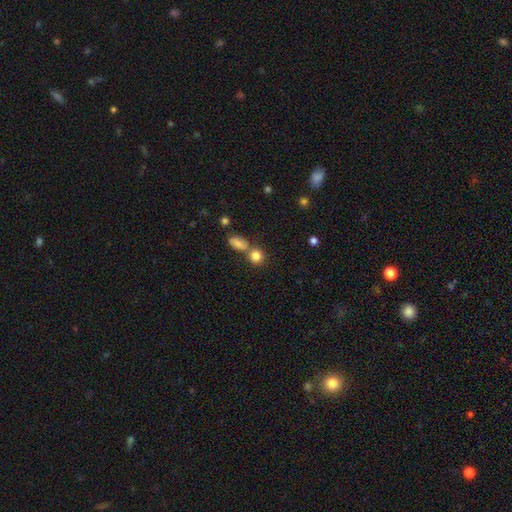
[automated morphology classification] Smooth or featured?
  - smooth: 82% *
  - star or artifact: 11%
  - featured or disk: 7%
How rounded?
  - round: 79% *
  - in between: 19%
  - cigar-shaped: 2%
Merging?
  - none: 57% *
  - merger: 30%
  - minor disturbance: 9%
  - major disturbance: 3%